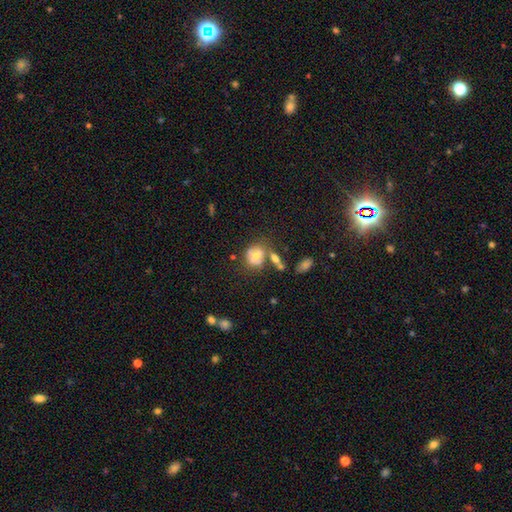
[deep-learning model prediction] This is possibly a smooth galaxy (52%). How rounded: possibly round (56%). Merging: marginally none (40%).